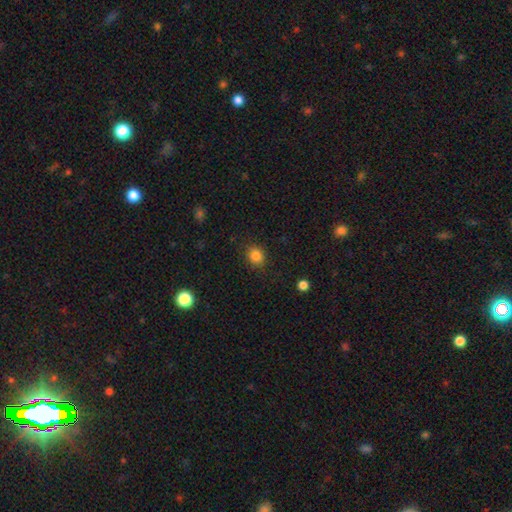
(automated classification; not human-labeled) Smooth or featured? Predicted: smooth (p=0.84). How rounded? Predicted: round (p=0.73). Merging? Predicted: none (p=0.86).